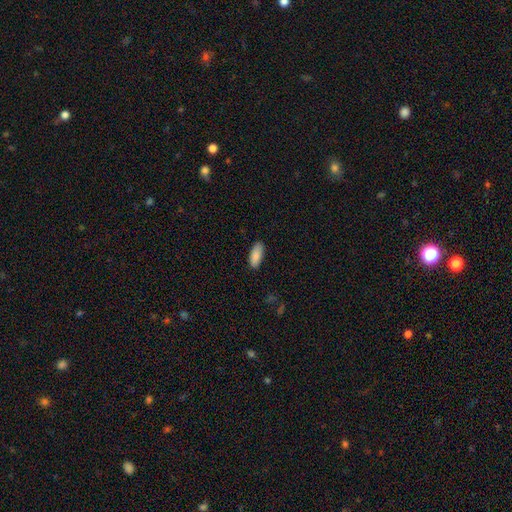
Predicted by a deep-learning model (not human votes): Overall: smooth (88%). How rounded: in between (82%). Merging: none (87%).